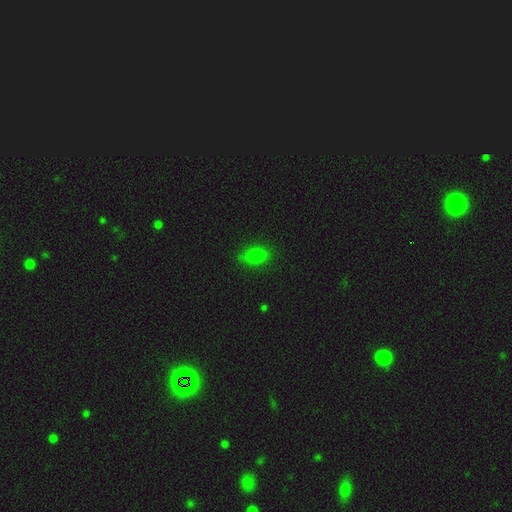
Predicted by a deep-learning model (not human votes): Smooth or featured: smooth — 82% (star or artifact — 13%)
How rounded: in between — 83% (round — 14%)
Merging: none — 83% (minor disturbance — 13%)